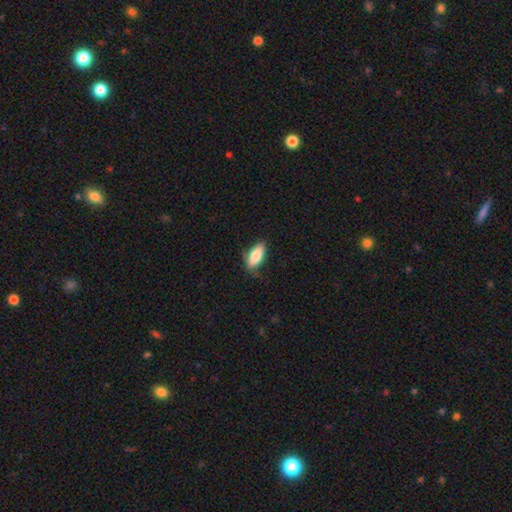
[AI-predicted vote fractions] Smooth or featured?
  - smooth: 81% *
  - featured or disk: 13%
  - star or artifact: 6%
How rounded?
  - in between: 82% *
  - cigar-shaped: 15%
  - round: 3%
Merging?
  - none: 73% *
  - minor disturbance: 21%
  - major disturbance: 4%
  - merger: 1%